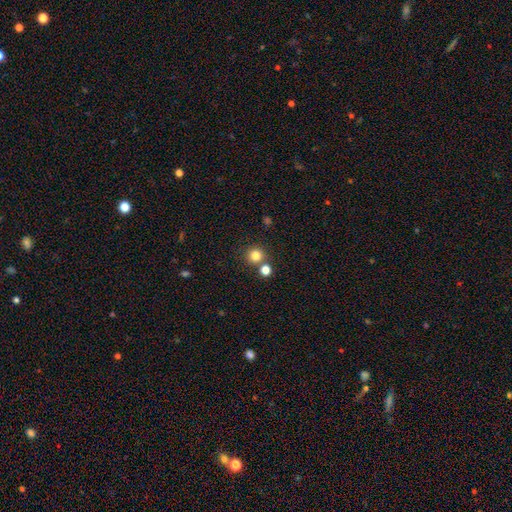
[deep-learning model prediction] smooth 80%, star or artifact 14%, featured or disk 5%. Down the decision tree: how rounded — round (93%); merging — none (76%).